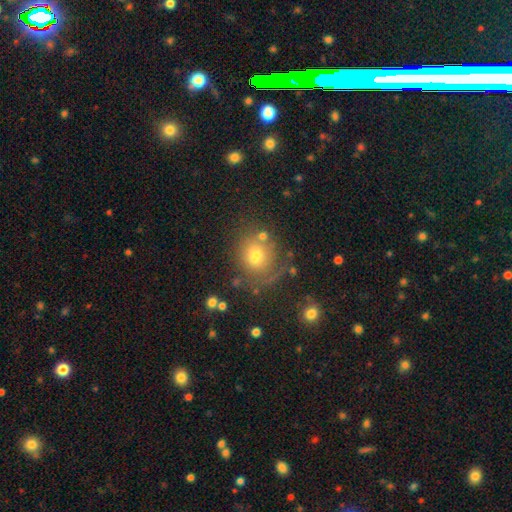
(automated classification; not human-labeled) Smooth or featured?
  - smooth: 69% *
  - featured or disk: 16%
  - star or artifact: 15%
How rounded?
  - round: 74% *
  - in between: 25%
  - cigar-shaped: 1%
Merging?
  - none: 67% *
  - minor disturbance: 16%
  - major disturbance: 8%
  - merger: 8%